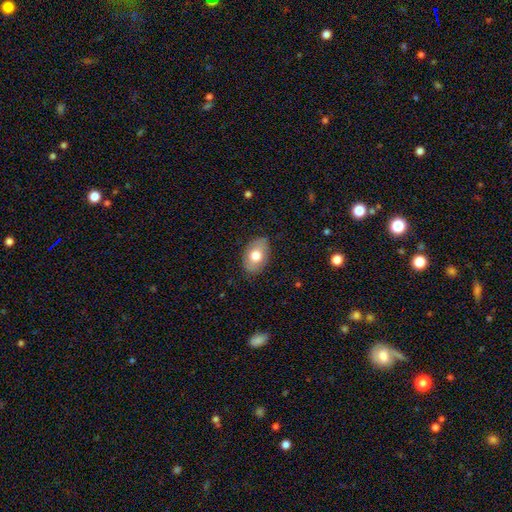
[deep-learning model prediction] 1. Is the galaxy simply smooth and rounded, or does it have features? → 72% smooth, 22% featured or disk, 7% star or artifact.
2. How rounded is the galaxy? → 87% in between, 12% round, 1% cigar-shaped.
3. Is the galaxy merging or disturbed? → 83% none, 13% minor disturbance, 3% major disturbance, 1% merger.